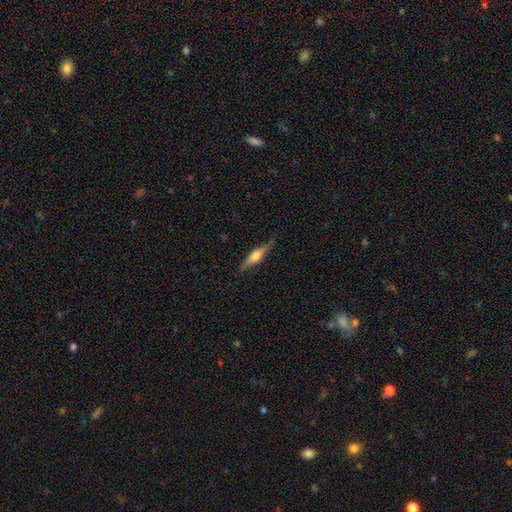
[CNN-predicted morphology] Smooth or featured?
  - featured or disk: 69% *
  - smooth: 25%
  - star or artifact: 6%
Edge-on disk?
  - yes: 97% *
  - no: 3%
Edge-on bulge?
  - rounded: 87% *
  - boxy: 10%
  - none: 3%
Merging?
  - none: 86% *
  - minor disturbance: 10%
  - major disturbance: 2%
  - merger: 1%